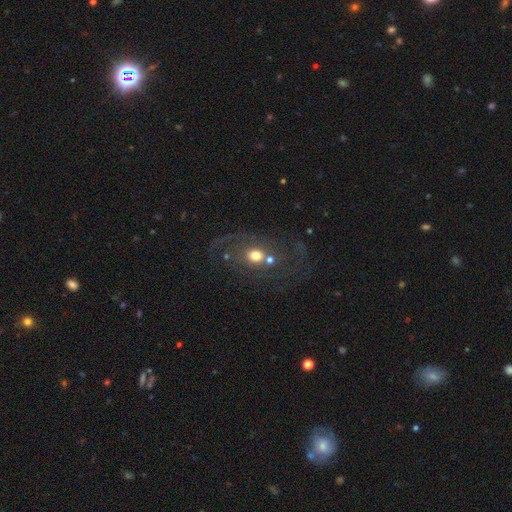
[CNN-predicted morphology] The model was most divided on "smooth or featured": featured or disk: 58%, smooth: 29%, star or artifact: 13%. More confident: edge-on disk — no (95%); bar — no (82%); spiral arms — yes (68%); bulge size — moderate (64%); merging — none (51%).